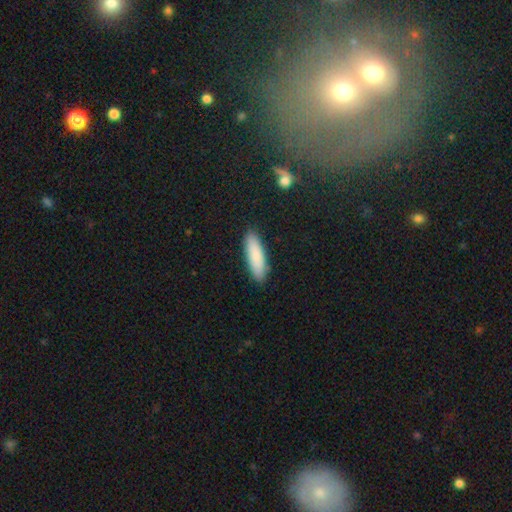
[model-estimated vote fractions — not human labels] smooth_or_featured: smooth (p=0.86) [alt: featured or disk p=0.08]
how_rounded: cigar-shaped (p=0.57) [alt: in between p=0.41]
merging: none (p=0.89) [alt: minor disturbance p=0.08]